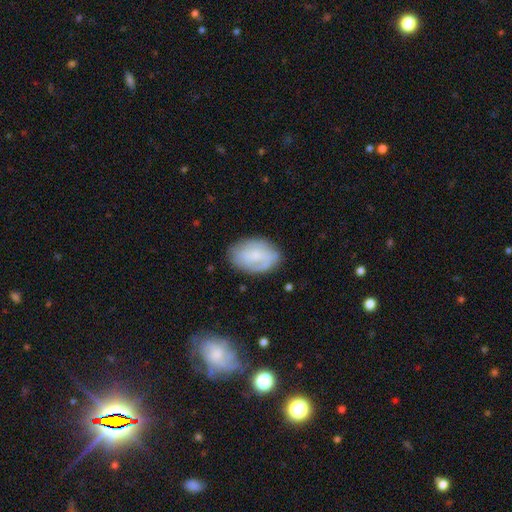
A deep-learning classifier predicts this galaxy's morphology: Smooth or featured: smooth — 53% (featured or disk — 40%)
How rounded: in between — 86% (round — 13%)
Merging: none — 73% (minor disturbance — 19%)